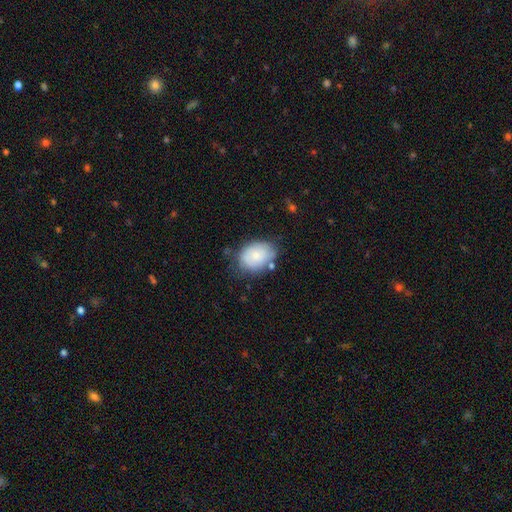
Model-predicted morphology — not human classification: A smooth galaxy with no disk features (70%) that is in between round and cigar-shaped (69%). Merging: none (59%).